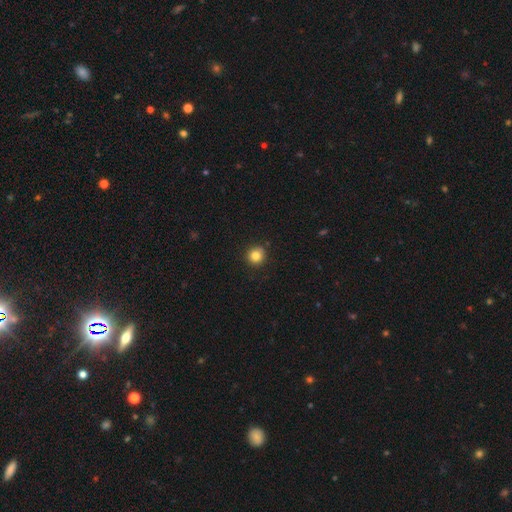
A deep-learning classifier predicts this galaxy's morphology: This is clearly a smooth galaxy (83%). How rounded: clearly round (92%). Merging: clearly none (89%).